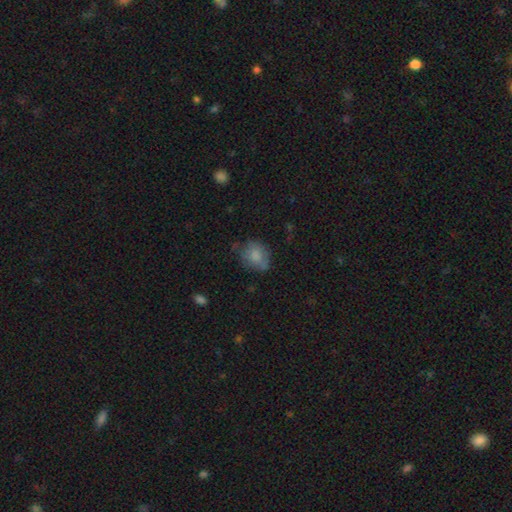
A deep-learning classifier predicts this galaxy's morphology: Smooth or featured?
  - smooth: 75% *
  - featured or disk: 16%
  - star or artifact: 9%
How rounded?
  - round: 55% *
  - in between: 43%
  - cigar-shaped: 1%
Merging?
  - none: 58% *
  - minor disturbance: 27%
  - major disturbance: 11%
  - merger: 4%